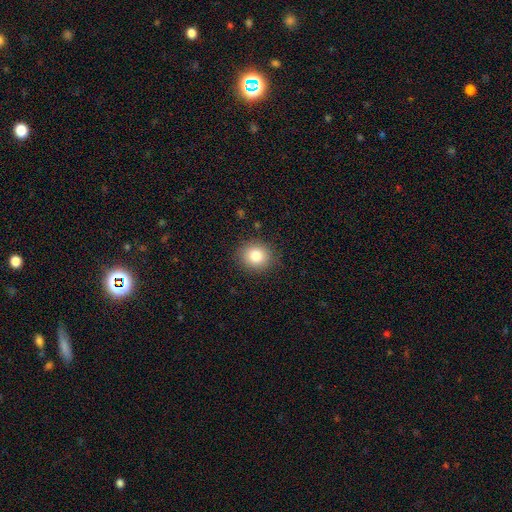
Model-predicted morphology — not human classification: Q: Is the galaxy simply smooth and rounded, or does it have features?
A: smooth — 82%.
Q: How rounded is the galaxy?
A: round — 80%.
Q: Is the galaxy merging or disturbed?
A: none — 88%.